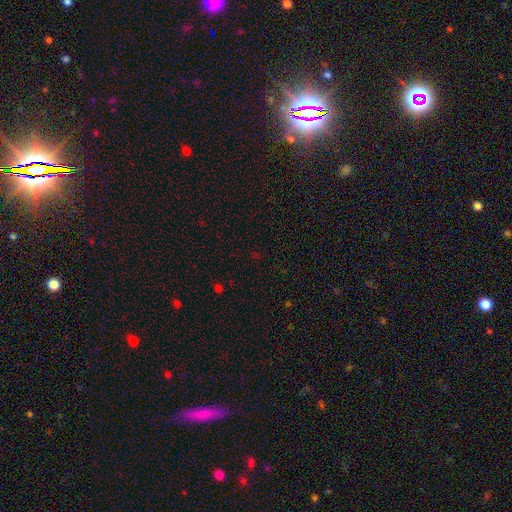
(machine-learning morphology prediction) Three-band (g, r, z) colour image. It shows a star or artifact, not a galaxy (68%).